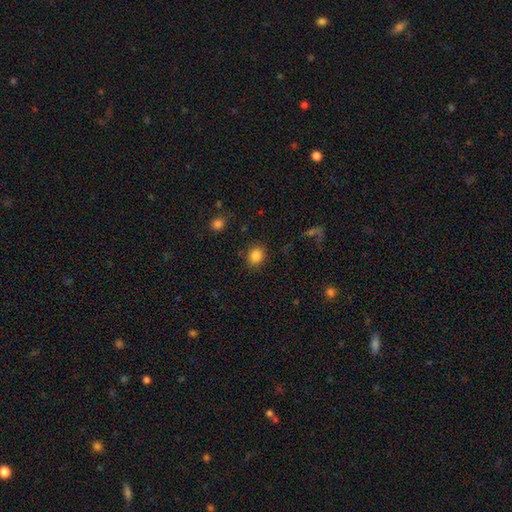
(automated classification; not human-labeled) Smooth or featured? Predicted: smooth (p=0.86). How rounded? Predicted: round (p=0.64). Merging? Predicted: none (p=0.85).